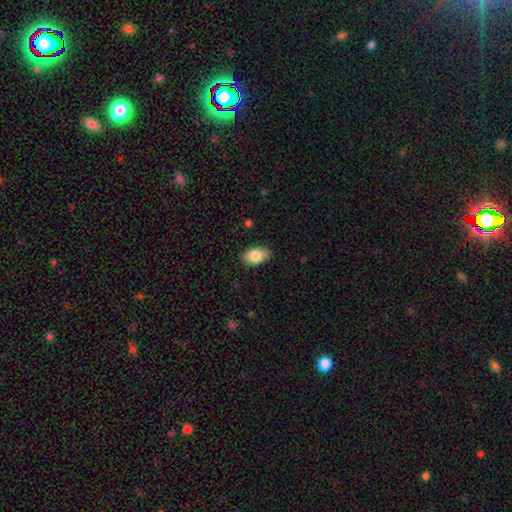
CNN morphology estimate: smooth 83%, featured or disk 10%, star or artifact 7%. Down the decision tree: how rounded — in between (91%); merging — none (83%).